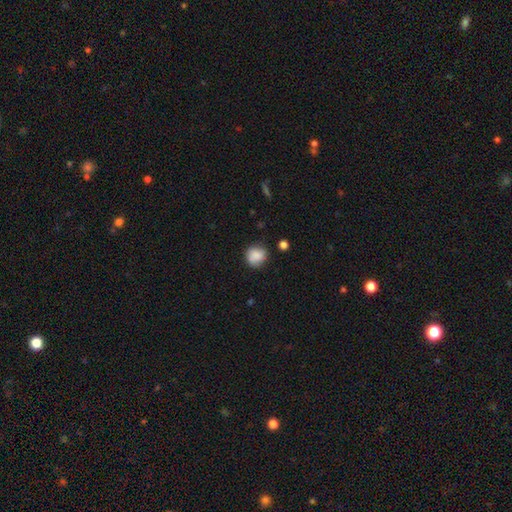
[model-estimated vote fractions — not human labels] Morphology: type=smooth (84%); roundness=round (82%); merging=none (71%).